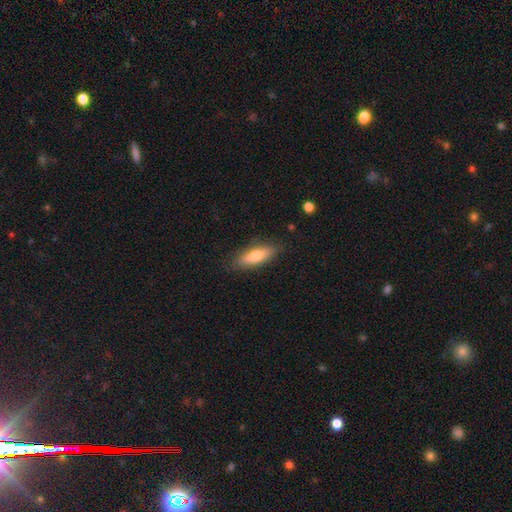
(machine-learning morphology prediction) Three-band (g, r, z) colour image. It shows a smooth galaxy with no disk features (72%) that is in between round and cigar-shaped (51%). Merging: none (85%).